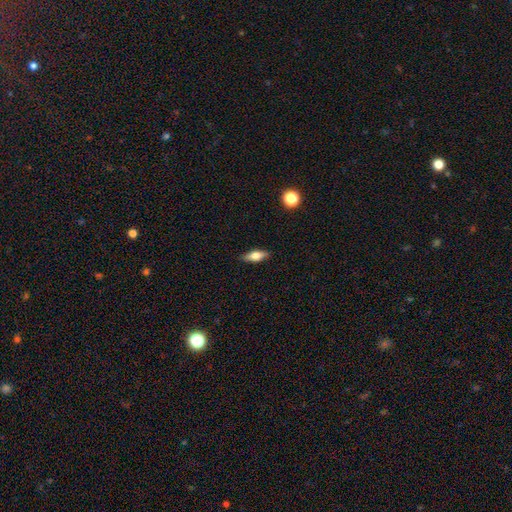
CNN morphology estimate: smooth_or_featured: smooth (p=0.60) [alt: featured or disk p=0.32]
how_rounded: in between (p=0.64) [alt: cigar-shaped p=0.32]
merging: none (p=0.87) [alt: minor disturbance p=0.10]